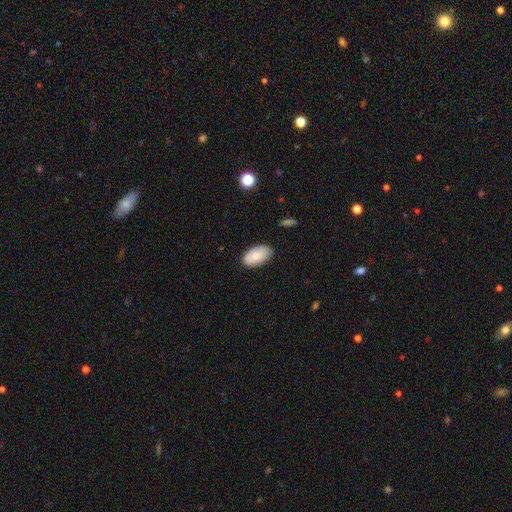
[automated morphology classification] This appears to be a smooth galaxy with no disk features (81%) that is in between round and cigar-shaped (95%). Merging: none (83%).